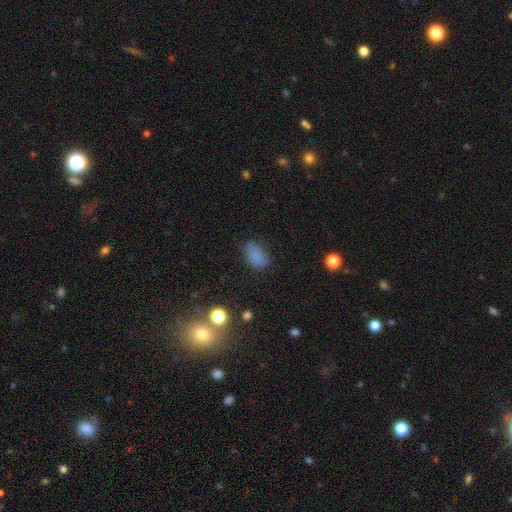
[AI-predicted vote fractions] Smooth or featured: smooth — 80% (star or artifact — 14%)
How rounded: in between — 88% (round — 10%)
Merging: none — 71% (minor disturbance — 20%)